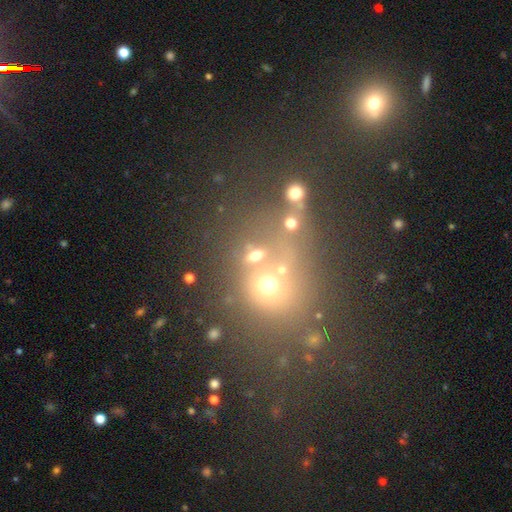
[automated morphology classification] type=smooth (64%); roundness=round (65%); merging=none (46%).